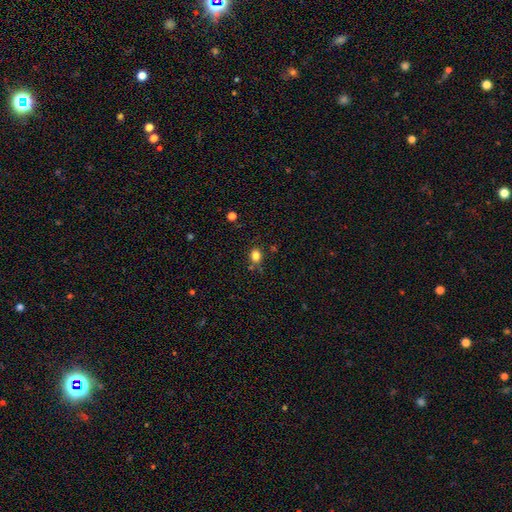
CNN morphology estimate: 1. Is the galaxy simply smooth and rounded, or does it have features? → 81% smooth, 13% star or artifact, 6% featured or disk.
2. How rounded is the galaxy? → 61% round, 38% in between, 1% cigar-shaped.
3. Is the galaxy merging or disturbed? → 75% none, 15% minor disturbance, 6% merger, 4% major disturbance.